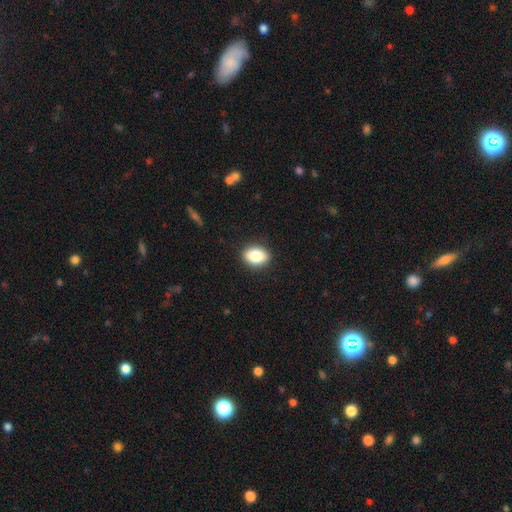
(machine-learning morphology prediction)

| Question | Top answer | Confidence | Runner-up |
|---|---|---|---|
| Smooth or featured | smooth | 84% | star or artifact (8%) |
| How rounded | in between | 71% | round (27%) |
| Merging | none | 89% | minor disturbance (8%) |